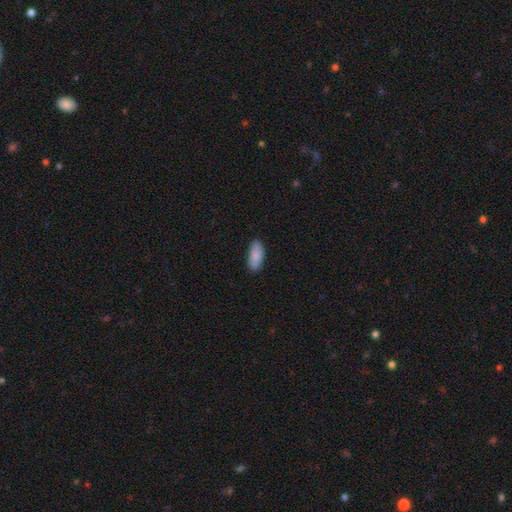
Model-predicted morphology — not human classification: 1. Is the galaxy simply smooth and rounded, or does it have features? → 86% smooth, 7% featured or disk, 6% star or artifact.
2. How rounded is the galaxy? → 84% in between, 14% cigar-shaped, 2% round.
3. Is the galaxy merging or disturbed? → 85% none, 12% minor disturbance, 2% major disturbance, 1% merger.